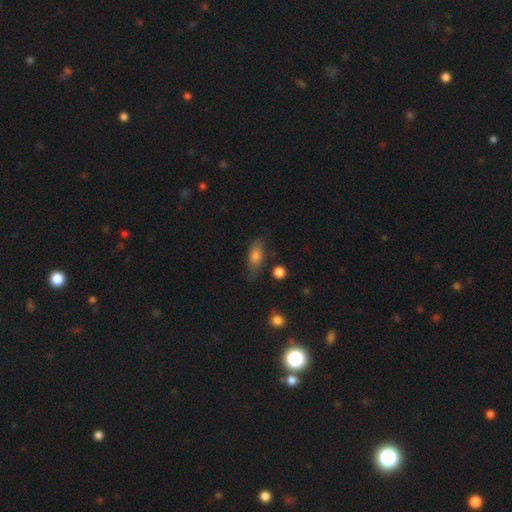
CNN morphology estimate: Smooth or featured? smooth (75%)
How rounded? in between (79%)
Merging? none (70%)